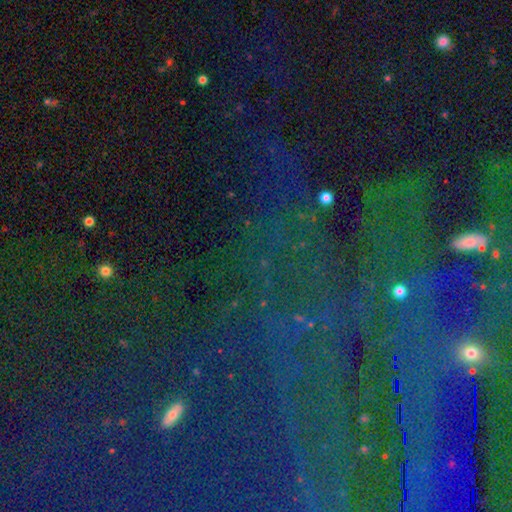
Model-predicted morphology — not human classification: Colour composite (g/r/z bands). It shows a star or artifact, not a galaxy (82%).